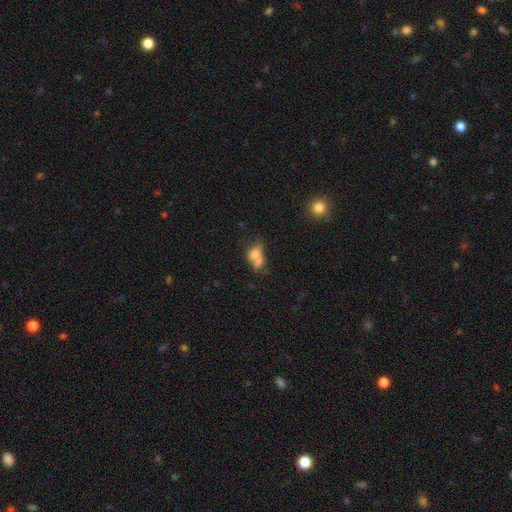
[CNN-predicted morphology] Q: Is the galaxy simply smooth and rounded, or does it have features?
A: smooth — 65%.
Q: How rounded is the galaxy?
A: in between — 70%.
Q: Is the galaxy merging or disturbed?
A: merger — 53%.